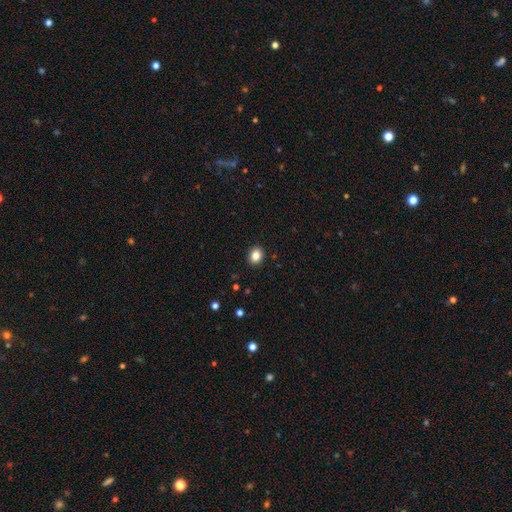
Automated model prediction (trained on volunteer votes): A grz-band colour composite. It shows a smooth galaxy with no disk features (86%) that is round (53%). Merging: none (91%).